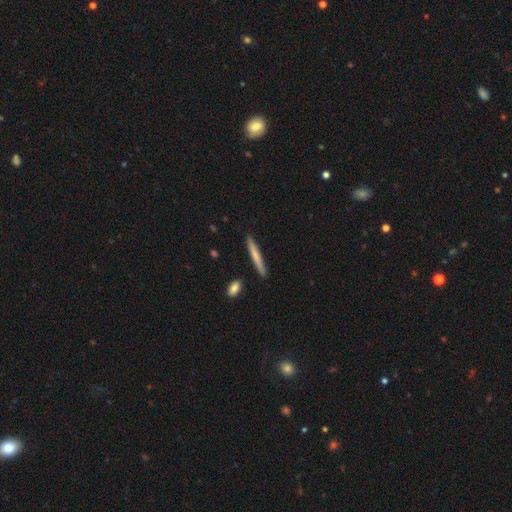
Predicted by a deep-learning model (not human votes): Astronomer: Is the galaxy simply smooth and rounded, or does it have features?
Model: smooth — 62%.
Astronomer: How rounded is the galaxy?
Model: cigar-shaped — 95%.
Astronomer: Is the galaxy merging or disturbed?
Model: none — 87%.